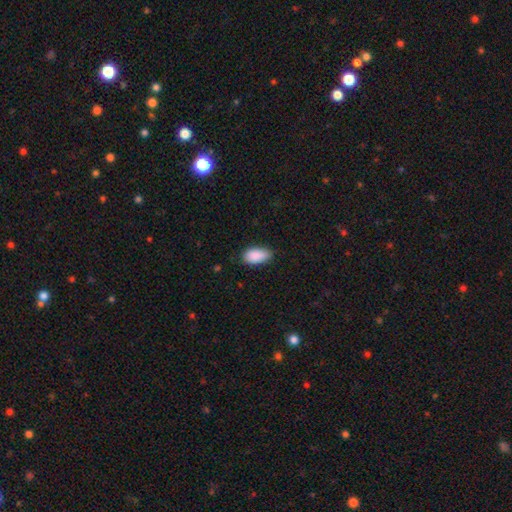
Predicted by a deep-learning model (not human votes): This is clearly a smooth galaxy (90%). How rounded: clearly in between (94%). Merging: likely none (77%).